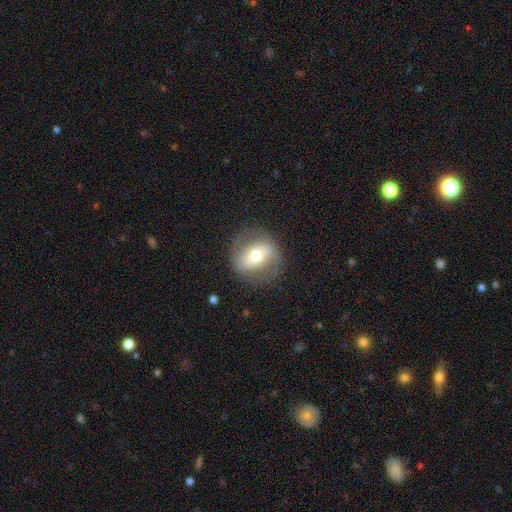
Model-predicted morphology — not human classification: Q: Smooth or featured?
A: featured or disk (56%); runner-up: smooth (37%)
Q: Edge-on disk?
A: no (94%); runner-up: yes (6%)
Q: Bar?
A: weak (34%); runner-up: strong (33%)
Q: Spiral arms?
A: yes (60%); runner-up: no (40%)
Q: Bulge size?
A: moderate (67%); runner-up: small (20%)
Q: Merging?
A: none (79%); runner-up: minor disturbance (13%)